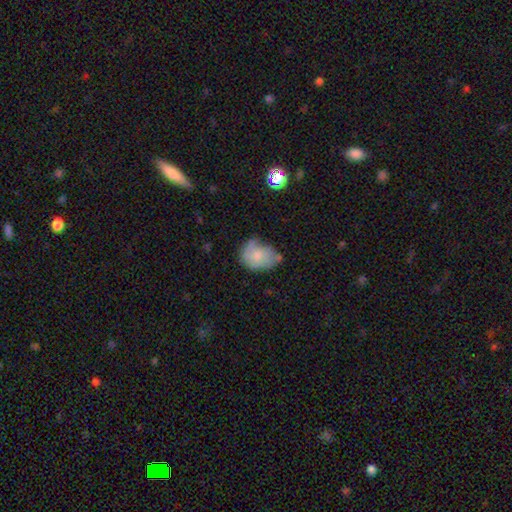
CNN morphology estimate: Smooth or featured: smooth — 60% (featured or disk — 32%)
How rounded: in between — 65% (round — 34%)
Merging: none — 42% (minor disturbance — 37%)